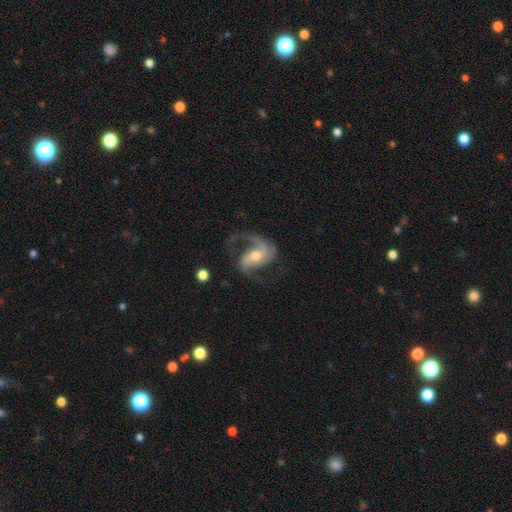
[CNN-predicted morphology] Smooth or featured? Predicted: featured or disk (p=0.88). Edge-on disk? Predicted: no (p=0.97). Bar? Predicted: weak (p=0.41). Spiral arms? Predicted: yes (p=0.97). Spiral winding? Predicted: medium (p=0.47). Spiral arm count? Predicted: 2 (p=0.72). Bulge size? Predicted: moderate (p=0.63). Merging? Predicted: none (p=0.58).